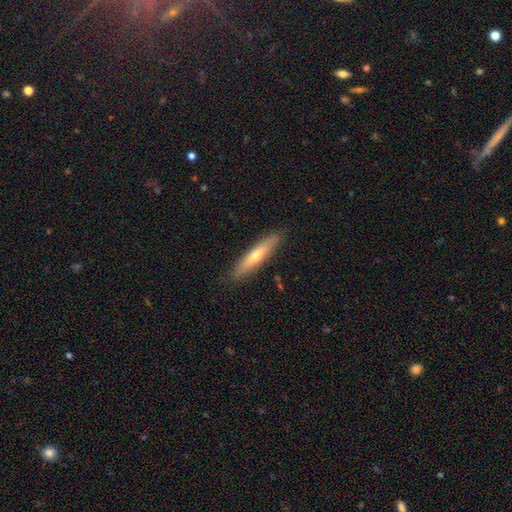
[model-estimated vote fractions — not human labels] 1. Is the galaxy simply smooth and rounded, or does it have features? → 52% smooth, 41% featured or disk, 6% star or artifact.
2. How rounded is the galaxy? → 86% cigar-shaped, 12% in between, 2% round.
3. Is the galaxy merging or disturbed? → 88% none, 9% minor disturbance, 2% major disturbance, 1% merger.